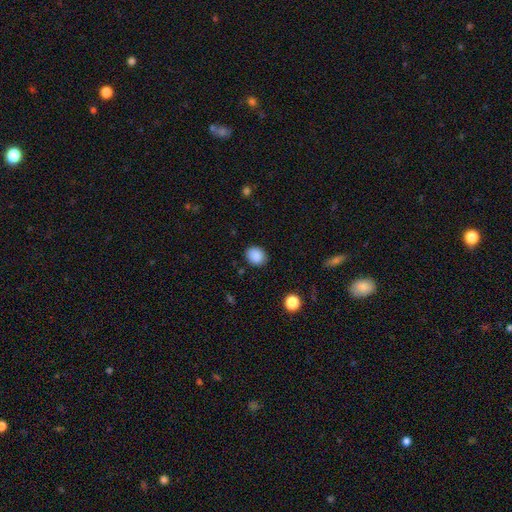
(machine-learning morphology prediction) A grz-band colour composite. It shows a smooth galaxy with no disk features (88%) that is round (55%). Merging: none (87%).